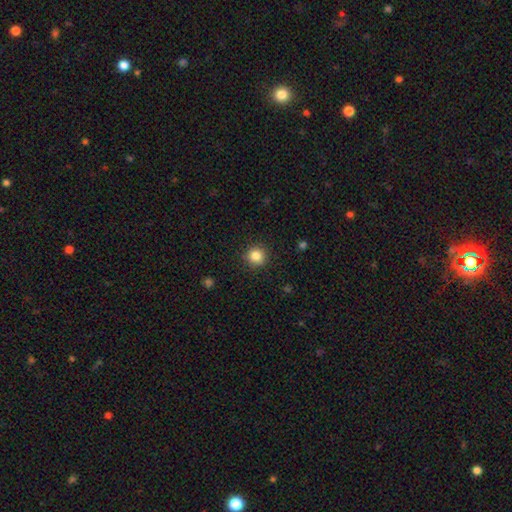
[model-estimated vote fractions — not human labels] Q: Smooth or featured?
A: smooth (85%); runner-up: star or artifact (11%)
Q: How rounded?
A: round (92%); runner-up: in between (7%)
Q: Merging?
A: none (90%); runner-up: minor disturbance (7%)